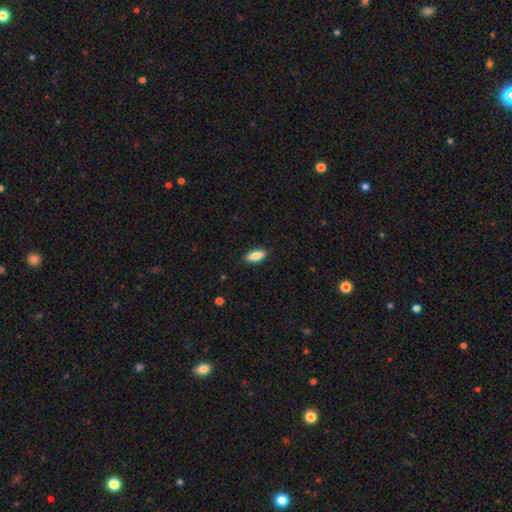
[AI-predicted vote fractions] smooth_or_featured: smooth (p=0.81) [alt: featured or disk p=0.12]
how_rounded: in between (p=0.79) [alt: cigar-shaped p=0.18]
merging: none (p=0.89) [alt: minor disturbance p=0.08]